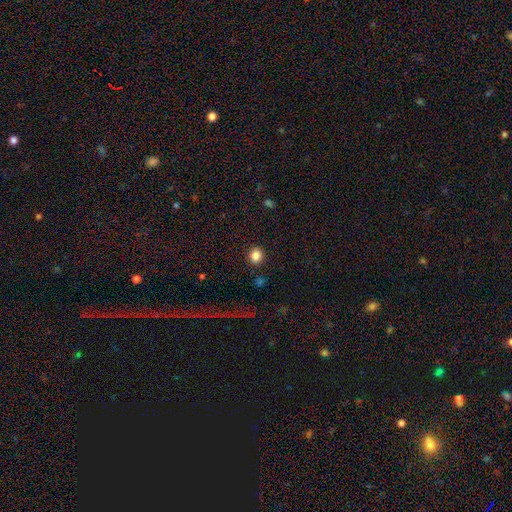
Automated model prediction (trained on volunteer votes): The model was most divided on "how rounded": round: 83%, in between: 16%, cigar-shaped: 1%. More confident: merging — none (91%); smooth or featured — smooth (84%).